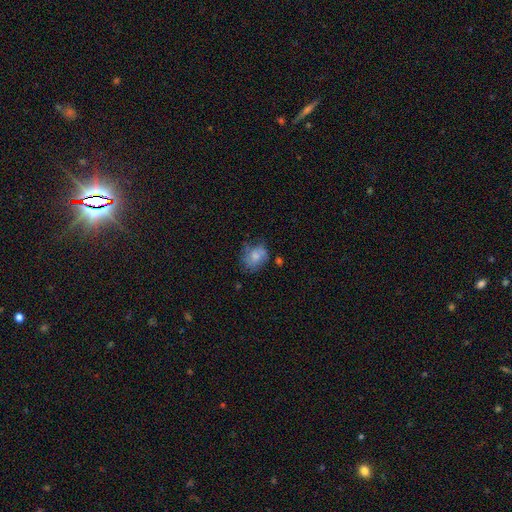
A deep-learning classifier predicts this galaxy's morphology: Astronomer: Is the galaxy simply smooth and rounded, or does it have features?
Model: smooth — 61%.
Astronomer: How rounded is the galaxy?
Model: round — 50% (runner-up: in between, 49%).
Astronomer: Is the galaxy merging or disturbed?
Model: none — 50% (runner-up: minor disturbance, 29%).